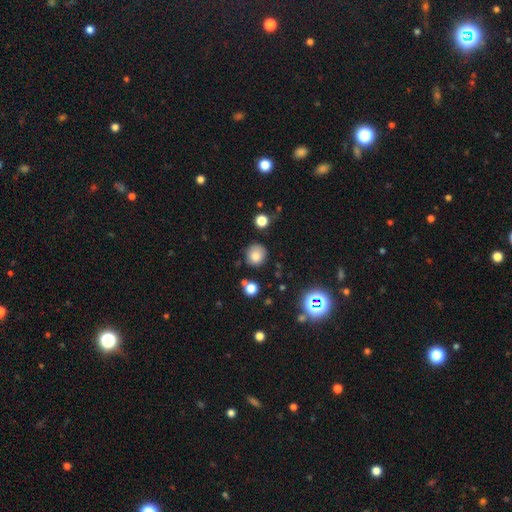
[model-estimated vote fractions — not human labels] The model was most divided on "merging": none: 79%, minor disturbance: 13%, merger: 4%, major disturbance: 4%. More confident: how rounded — round (87%); smooth or featured — smooth (80%).